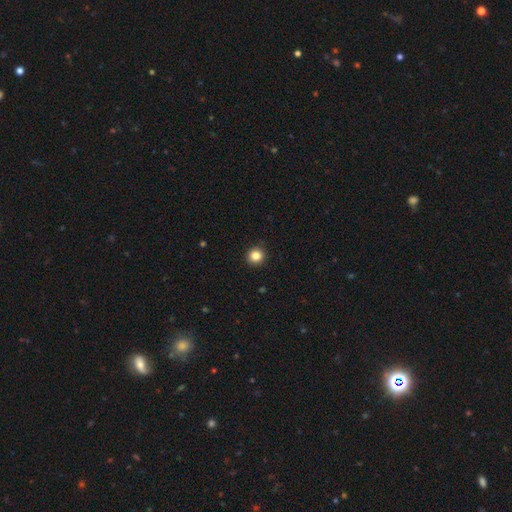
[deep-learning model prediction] Smooth or featured? Predicted: smooth (p=0.84). How rounded? Predicted: round (p=0.93). Merging? Predicted: none (p=0.93).